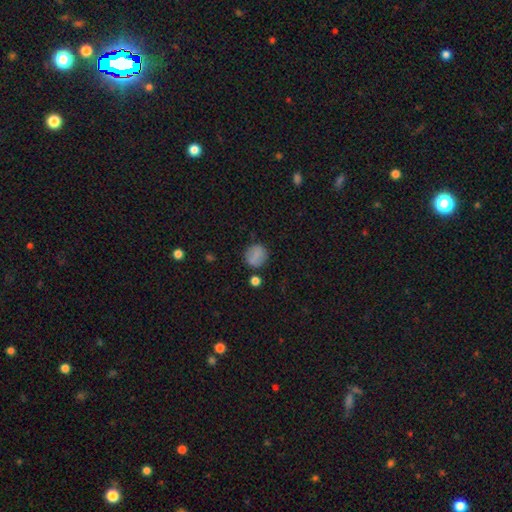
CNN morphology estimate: A smooth galaxy with no disk features (79%) that is round (84%). Merging: none (79%).